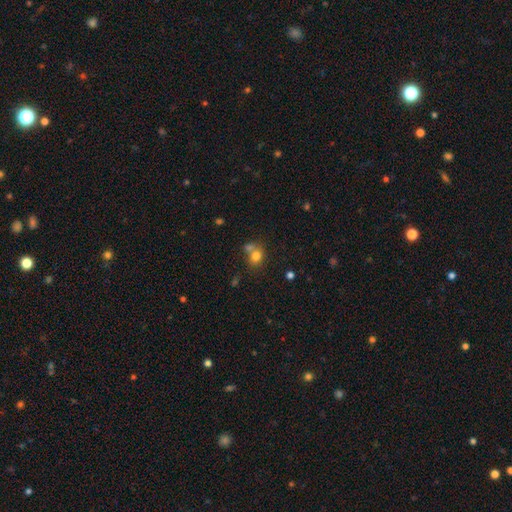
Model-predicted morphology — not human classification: This appears to be a smooth galaxy with no disk features (77%) that is round (63%). Merging: none (46%).